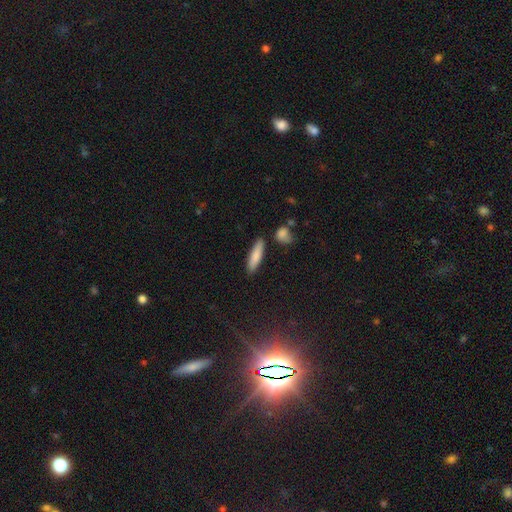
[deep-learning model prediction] Overall: smooth (81%). How rounded: cigar-shaped (72%). Merging: none (83%).